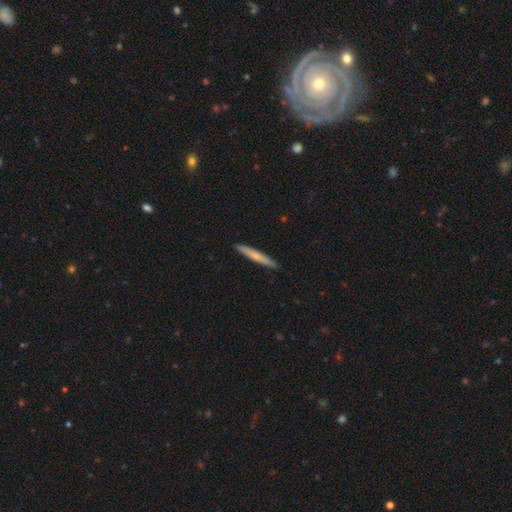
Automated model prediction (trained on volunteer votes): Smooth or featured? smooth (67%)
How rounded? cigar-shaped (96%)
Merging? none (91%)